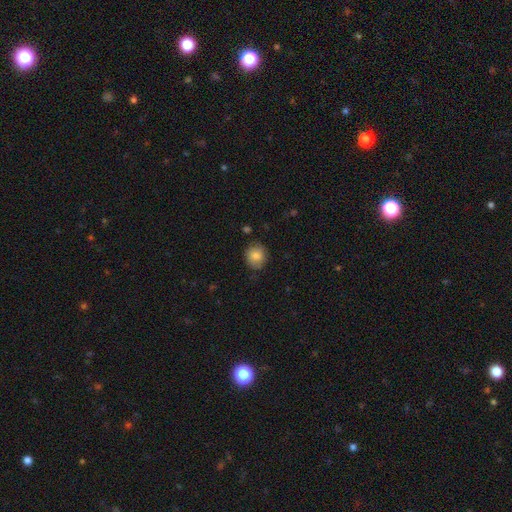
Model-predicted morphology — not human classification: smooth_or_featured: smooth (p=0.84) [alt: star or artifact p=0.08]
how_rounded: round (p=0.78) [alt: in between p=0.21]
merging: none (p=0.82) [alt: minor disturbance p=0.14]